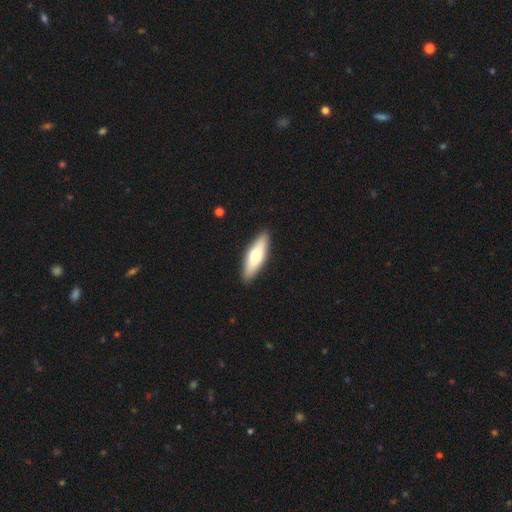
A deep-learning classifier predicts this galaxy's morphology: Smooth or featured?
  - smooth: 63% *
  - featured or disk: 32%
  - star or artifact: 5%
How rounded?
  - cigar-shaped: 51% *
  - in between: 47%
  - round: 2%
Merging?
  - none: 90% *
  - minor disturbance: 7%
  - major disturbance: 2%
  - merger: 1%